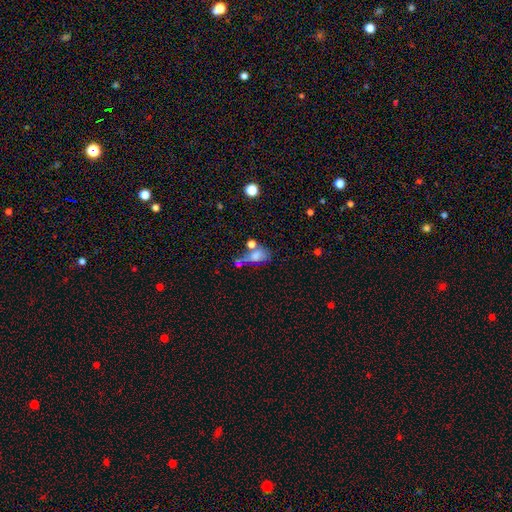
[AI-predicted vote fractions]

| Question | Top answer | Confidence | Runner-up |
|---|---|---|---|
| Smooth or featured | smooth | 58% | featured or disk (26%) |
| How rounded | in between | 76% | round (16%) |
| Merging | merger | 35% | none (27%) |